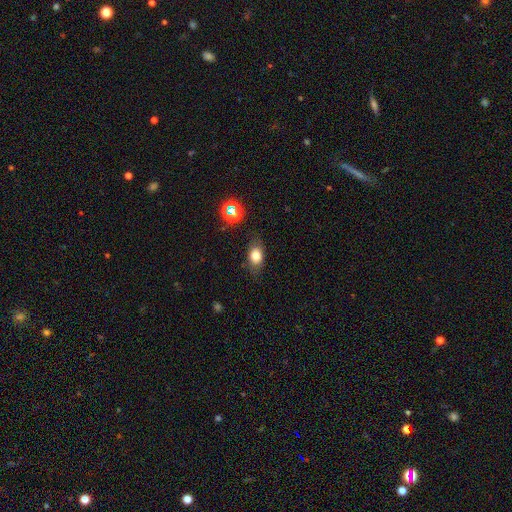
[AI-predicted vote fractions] smooth_or_featured: smooth (p=0.78) [alt: star or artifact p=0.11]
how_rounded: in between (p=0.76) [alt: round p=0.21]
merging: none (p=0.79) [alt: minor disturbance p=0.15]